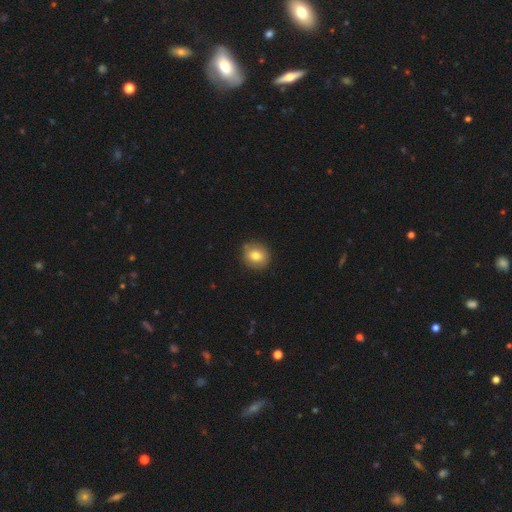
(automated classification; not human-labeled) Smooth or featured? smooth (77%)
How rounded? round (80%)
Merging? none (83%)